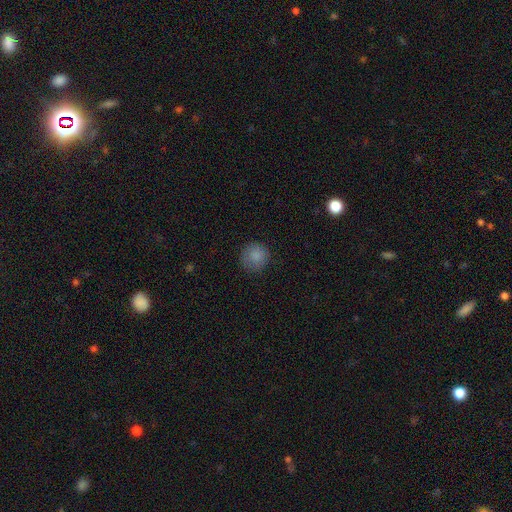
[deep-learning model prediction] smooth-or-featured: smooth: 85% | star or artifact: 10% | featured or disk: 5%
  how-rounded: round: 93% | in between: 6% | cigar-shaped: 1%
  merging: none: 84% | minor disturbance: 12% | major disturbance: 3% | merger: 1%